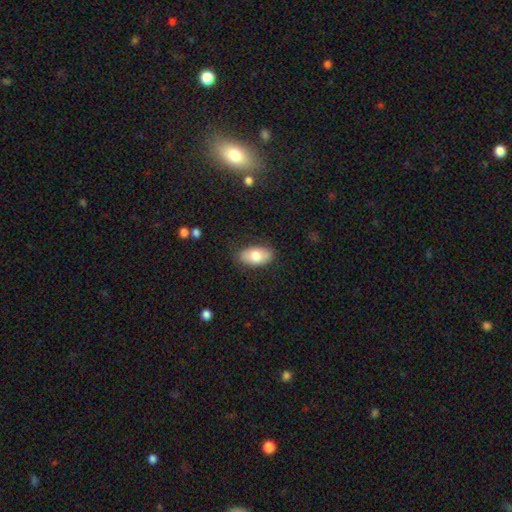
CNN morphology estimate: Overall: smooth (75%). How rounded: in between (93%). Merging: none (84%).